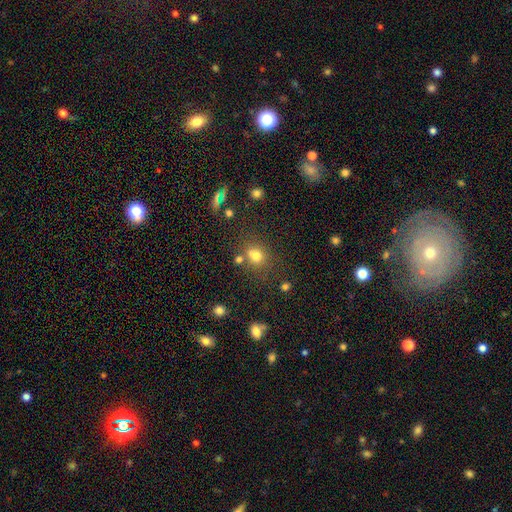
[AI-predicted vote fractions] A smooth galaxy with no disk features (72%) that is round (66%).

Vote fractions:
- Smooth or featured? smooth: 72% / star or artifact: 17% / featured or disk: 10%
- How rounded? round: 66% / in between: 33% / cigar-shaped: 1%
- Merging? none: 60% / merger: 20% / minor disturbance: 14% / major disturbance: 6%